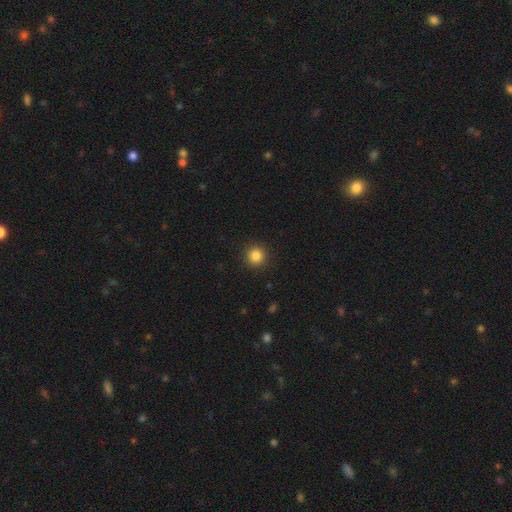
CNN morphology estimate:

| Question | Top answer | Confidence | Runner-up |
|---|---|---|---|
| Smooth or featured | smooth | 85% | star or artifact (11%) |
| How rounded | round | 94% | in between (5%) |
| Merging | none | 92% | minor disturbance (5%) |